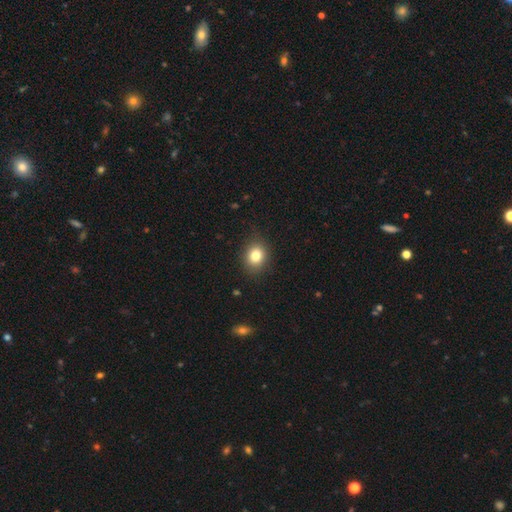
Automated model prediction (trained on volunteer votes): smooth_or_featured: smooth (p=0.81) [alt: star or artifact p=0.11]
how_rounded: round (p=0.60) [alt: in between p=0.40]
merging: none (p=0.85) [alt: minor disturbance p=0.11]